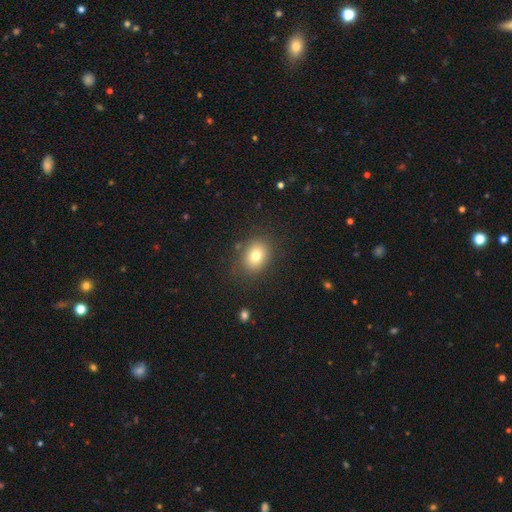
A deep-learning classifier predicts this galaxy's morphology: smooth 78%, star or artifact 11%, featured or disk 11%. Down the decision tree: how rounded — in between (51%); merging — none (84%).